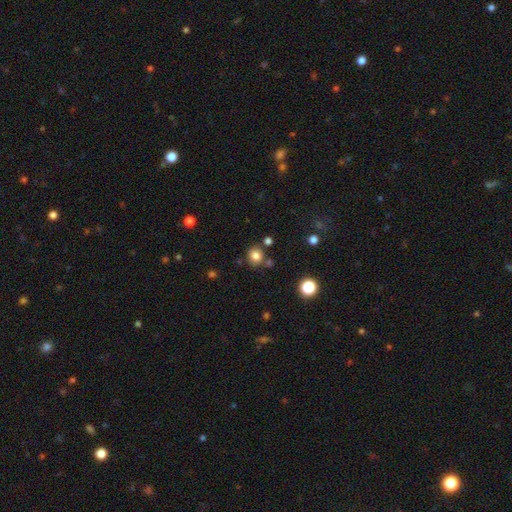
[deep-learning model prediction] Overall: smooth (81%). How rounded: round (83%). Merging: none (77%).